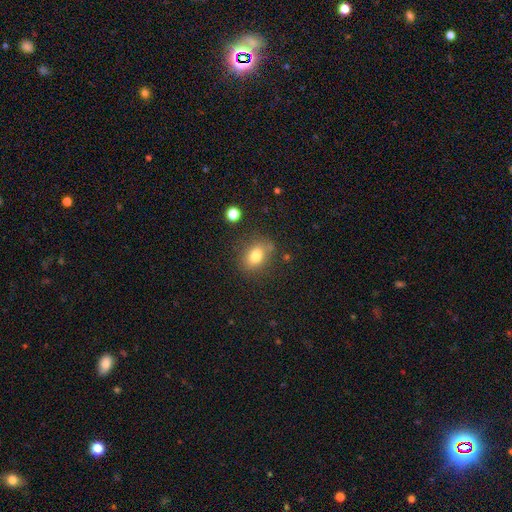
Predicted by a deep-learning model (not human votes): Smooth or featured: smooth — 79% (star or artifact — 11%)
How rounded: in between — 68% (round — 31%)
Merging: none — 76% (minor disturbance — 15%)